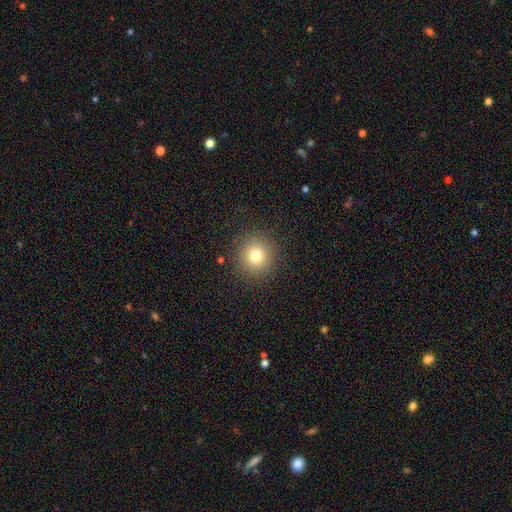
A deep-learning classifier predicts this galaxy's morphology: type=smooth (77%); roundness=round (94%); merging=none (89%).